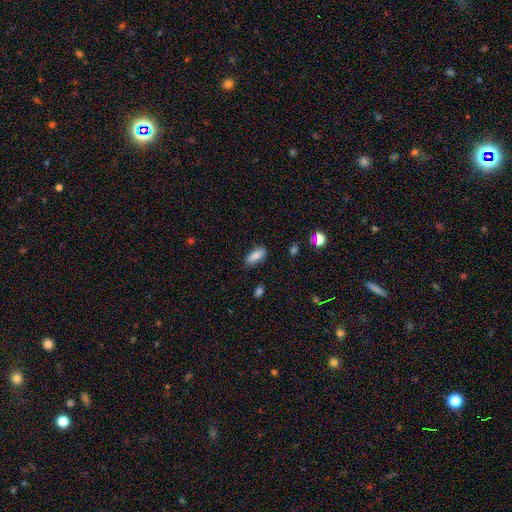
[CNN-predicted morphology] Smooth or featured? Predicted: smooth (p=0.82). How rounded? Predicted: in between (p=0.79). Merging? Predicted: none (p=0.82).